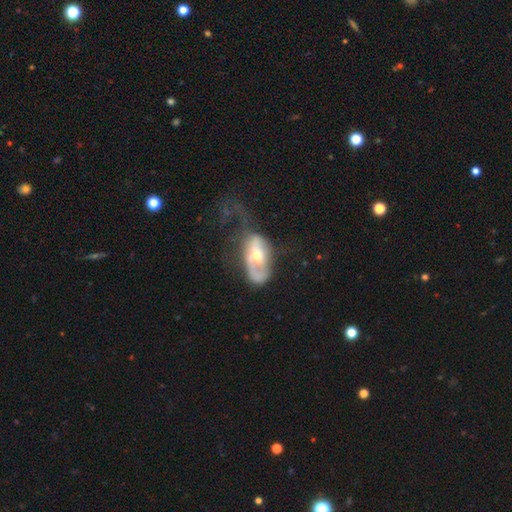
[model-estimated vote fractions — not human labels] This is possibly a featured or disk galaxy (56%). It is clearly not viewed edge-on (90%). Bar: likely no (64%). Spiral arm pattern: possibly no (60%). Central bulge: likely moderate (64%). Merging: possibly major disturbance (49%).